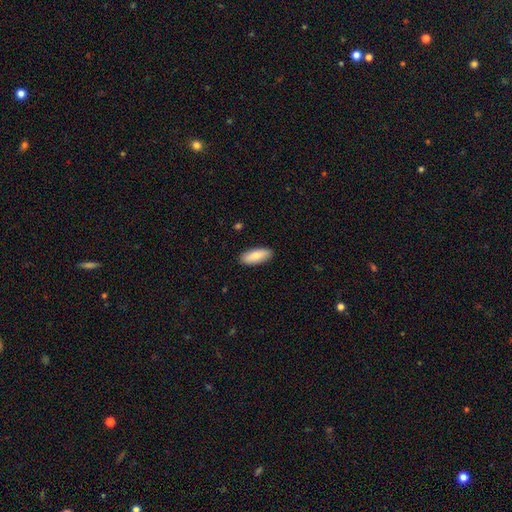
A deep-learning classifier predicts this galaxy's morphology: type=smooth (81%); roundness=in between (74%); merging=none (89%).